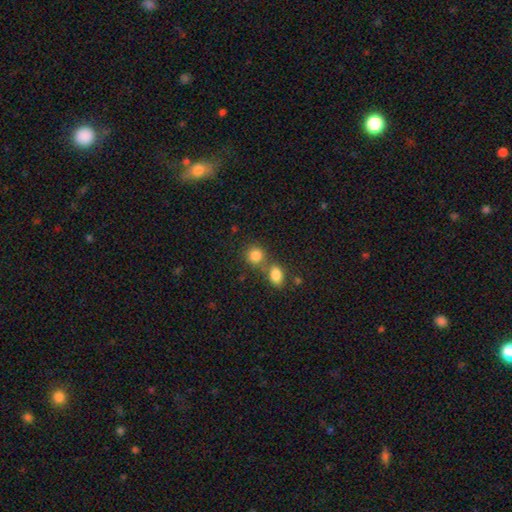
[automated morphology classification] A smooth galaxy with no disk features (83%) that is round (77%). Merging: none (50%).